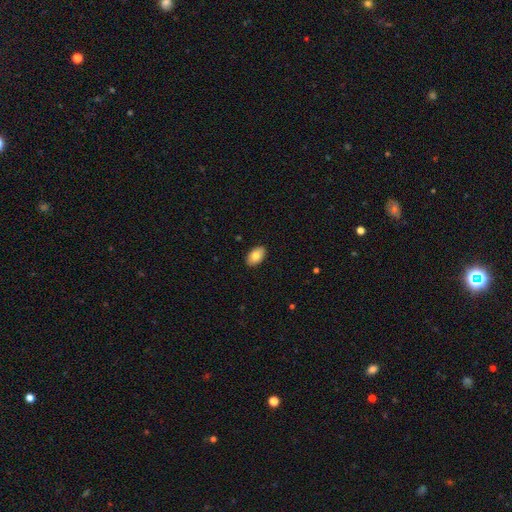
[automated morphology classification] This is likely a smooth galaxy (79%). How rounded: clearly in between (92%). Merging: clearly none (90%).